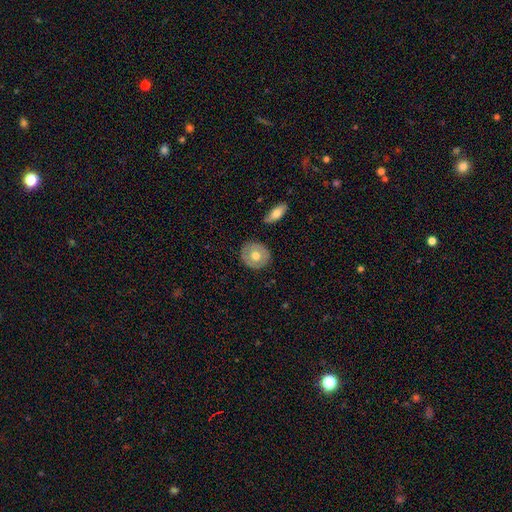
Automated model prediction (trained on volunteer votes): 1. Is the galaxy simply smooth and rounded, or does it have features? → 59% smooth, 36% featured or disk, 6% star or artifact.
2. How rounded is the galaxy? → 83% round, 16% in between, 1% cigar-shaped.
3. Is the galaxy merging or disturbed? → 86% none, 10% minor disturbance, 2% merger, 2% major disturbance.